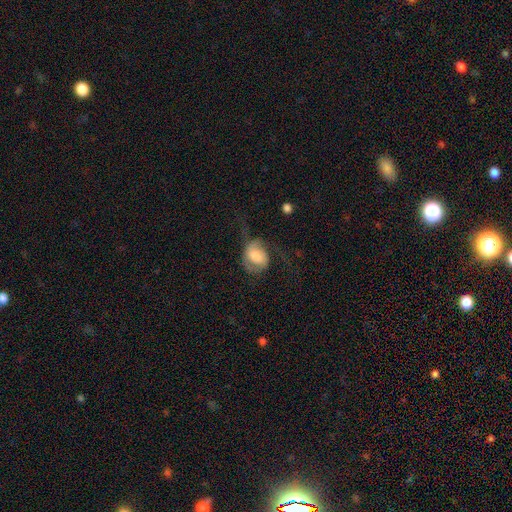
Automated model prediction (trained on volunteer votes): Morphology: type=featured or disk (49%); merging=major disturbance (45%).